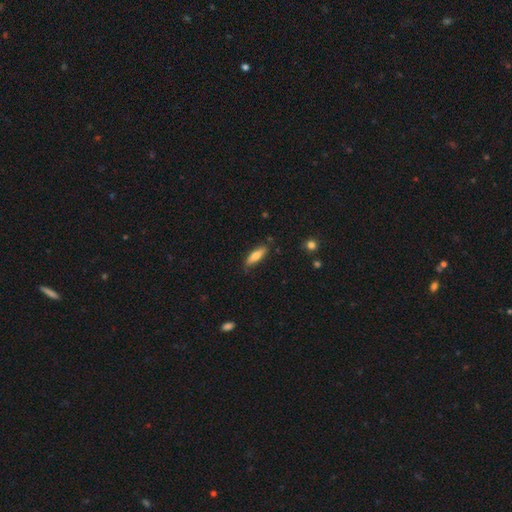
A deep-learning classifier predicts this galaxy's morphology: Smooth or featured? Predicted: smooth (p=0.71). How rounded? Predicted: cigar-shaped (p=0.54). Merging? Predicted: none (p=0.81).